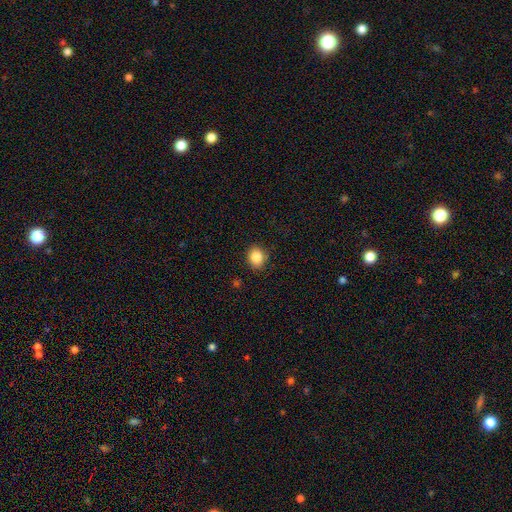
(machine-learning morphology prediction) Overall: smooth (86%). How rounded: round (63%; in between 36%). Merging: none (87%).